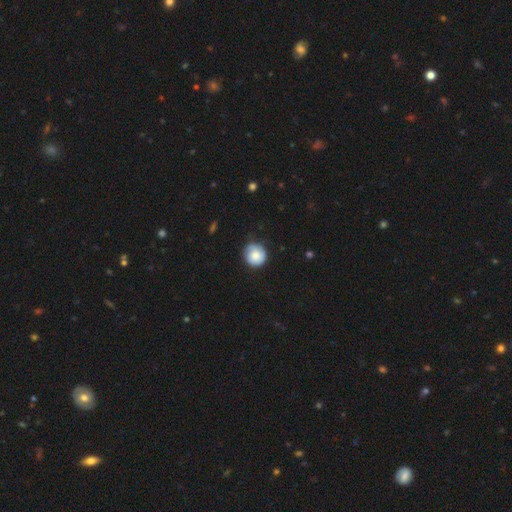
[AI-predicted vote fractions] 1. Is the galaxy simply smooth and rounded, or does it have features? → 73% smooth, 20% featured or disk, 7% star or artifact.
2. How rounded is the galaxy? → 91% round, 8% in between, 1% cigar-shaped.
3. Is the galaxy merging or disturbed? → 75% none, 19% minor disturbance, 4% major disturbance, 1% merger.